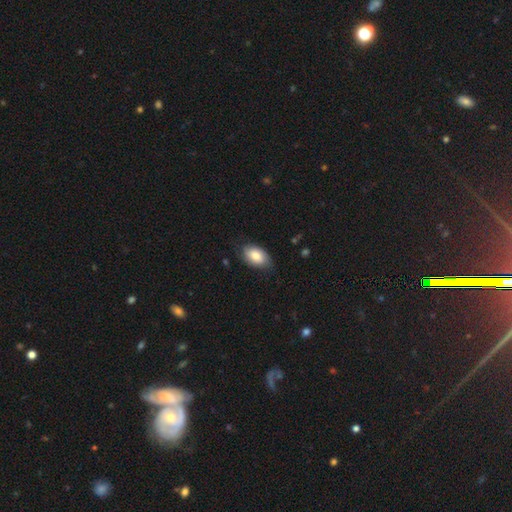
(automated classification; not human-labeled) Overall: smooth (76%). How rounded: in between (92%). Merging: none (72%).